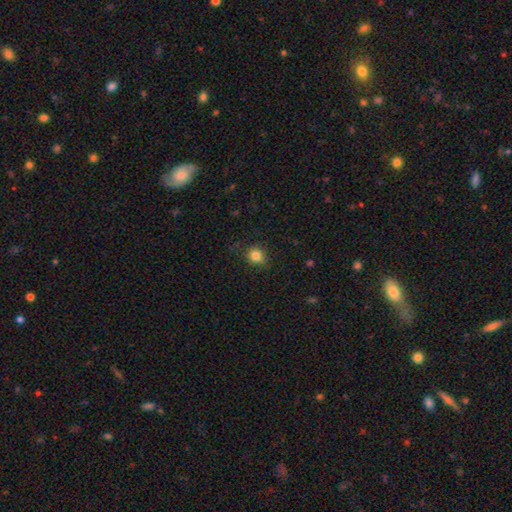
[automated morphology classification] A smooth galaxy with no disk features (83%) that is round (80%). Merging: none (84%).